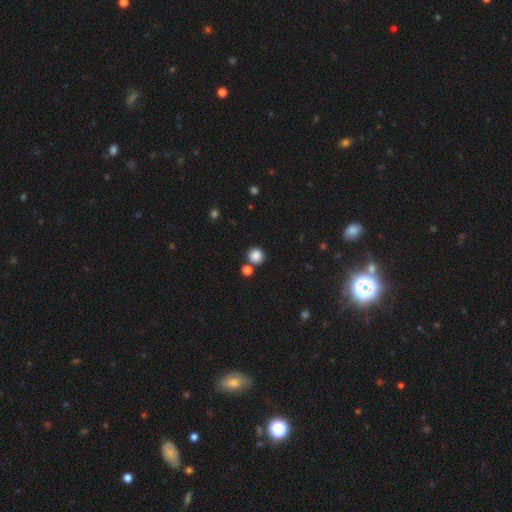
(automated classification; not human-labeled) This appears to be a smooth galaxy with no disk features (85%) that is round (89%). Merging: none (73%).